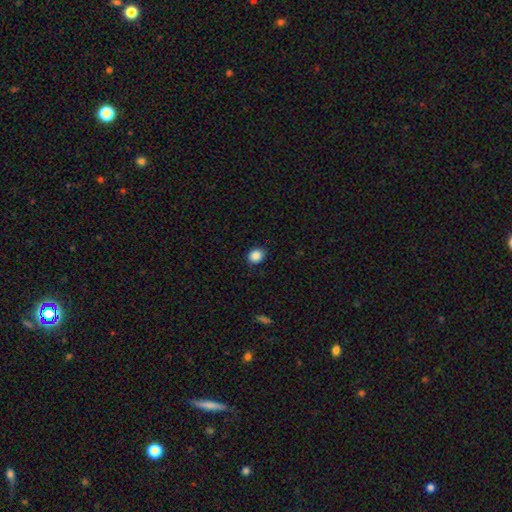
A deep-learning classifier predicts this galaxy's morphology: A smooth galaxy with no disk features (87%) that is round (68%).

Vote fractions:
- Smooth or featured? smooth: 87% / star or artifact: 10% / featured or disk: 3%
- How rounded? round: 68% / in between: 31% / cigar-shaped: 1%
- Merging? none: 86% / minor disturbance: 10% / major disturbance: 2% / merger: 1%